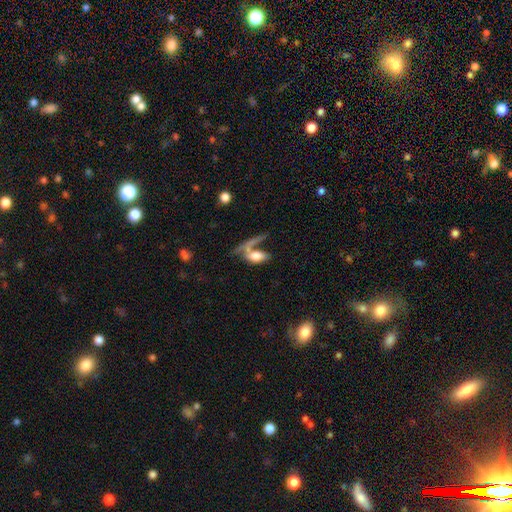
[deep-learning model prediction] smooth_or_featured: smooth (p=0.66) [alt: featured or disk p=0.25]
how_rounded: in between (p=0.77) [alt: cigar-shaped p=0.17]
merging: merger (p=0.44) [alt: none p=0.32]